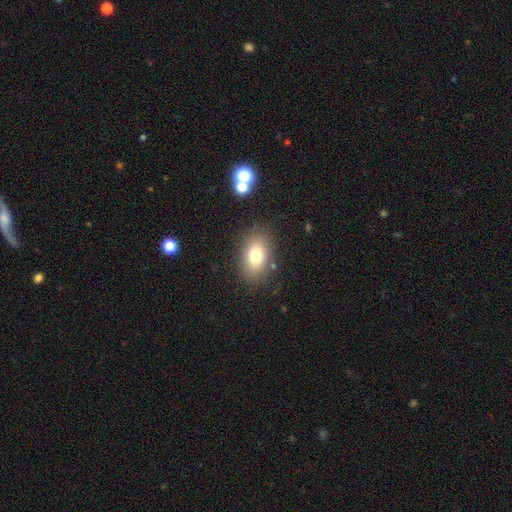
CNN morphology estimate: Smooth or featured? smooth (77%)
How rounded? in between (85%)
Merging? none (82%)